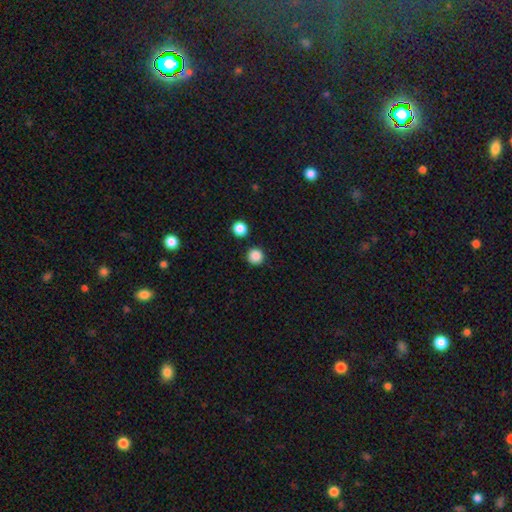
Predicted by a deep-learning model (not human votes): Morphology: type=smooth (86%); roundness=round (96%); merging=none (88%).